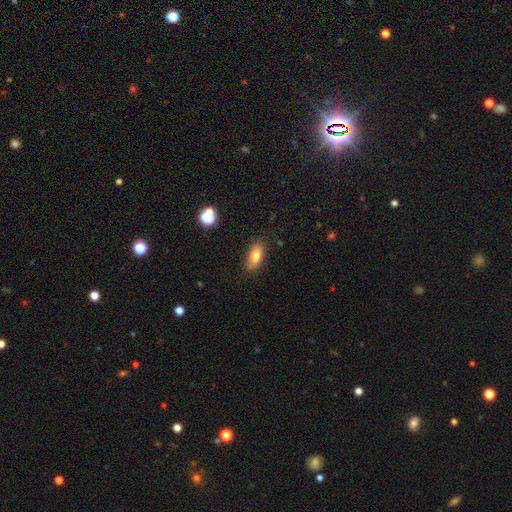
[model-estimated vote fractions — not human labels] Smooth or featured? Predicted: smooth (p=0.78). How rounded? Predicted: in between (p=0.83). Merging? Predicted: none (p=0.83).